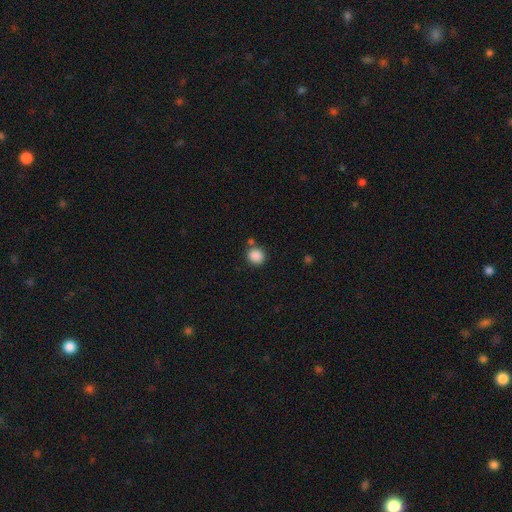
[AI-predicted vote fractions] Smooth or featured? smooth (88%)
How rounded? round (87%)
Merging? none (77%)